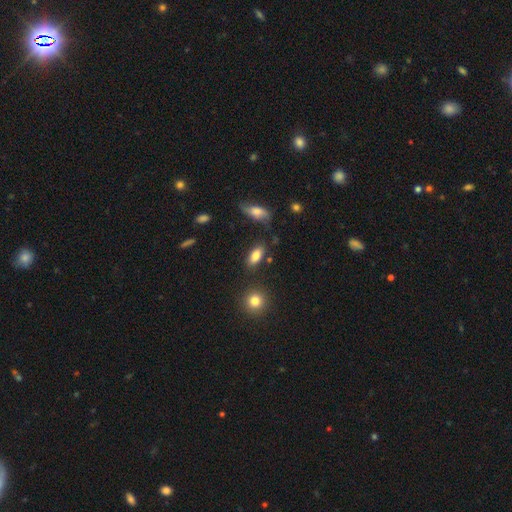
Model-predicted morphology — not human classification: The model was most divided on "merging": none: 79%, minor disturbance: 13%, merger: 4%, major disturbance: 4%. More confident: how rounded — in between (87%); smooth or featured — smooth (82%).